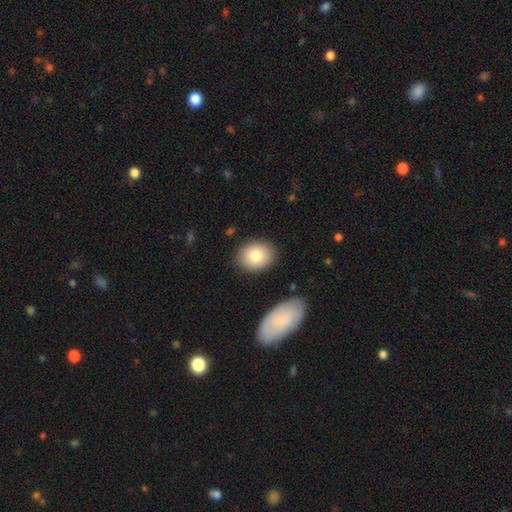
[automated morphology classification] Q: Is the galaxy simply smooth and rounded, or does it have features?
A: smooth — 83%.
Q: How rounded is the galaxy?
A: in between — 51%.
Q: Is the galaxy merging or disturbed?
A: none — 86%.